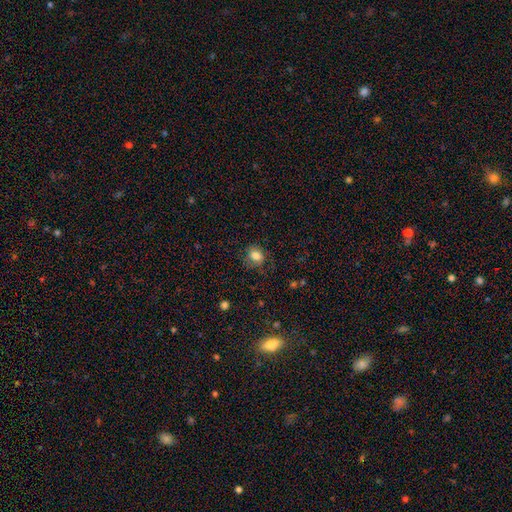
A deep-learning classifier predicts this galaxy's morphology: Q: Smooth or featured?
A: smooth (79%); runner-up: featured or disk (11%)
Q: How rounded?
A: round (65%); runner-up: in between (34%)
Q: Merging?
A: none (71%); runner-up: minor disturbance (20%)